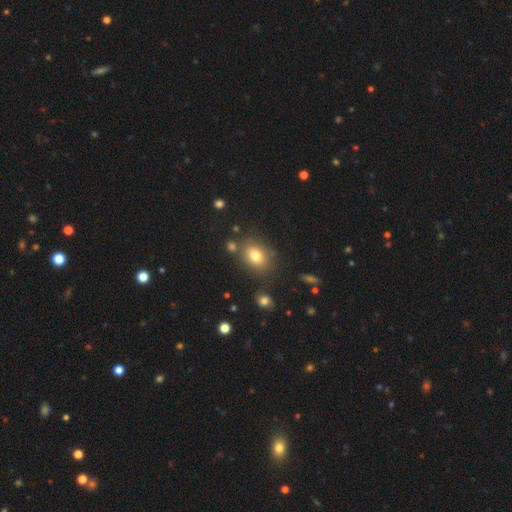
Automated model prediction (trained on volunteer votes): Q: Smooth or featured?
A: smooth (78%); runner-up: star or artifact (12%)
Q: How rounded?
A: in between (60%); runner-up: round (39%)
Q: Merging?
A: none (76%); runner-up: minor disturbance (12%)